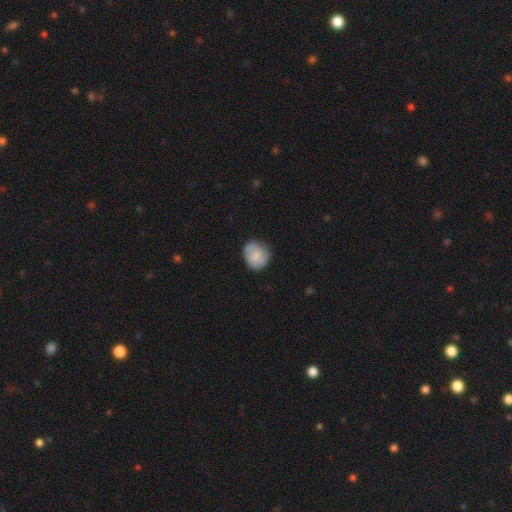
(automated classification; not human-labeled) Smooth or featured: smooth — 76% (featured or disk — 17%)
How rounded: round — 68% (in between — 31%)
Merging: none — 73% (minor disturbance — 21%)